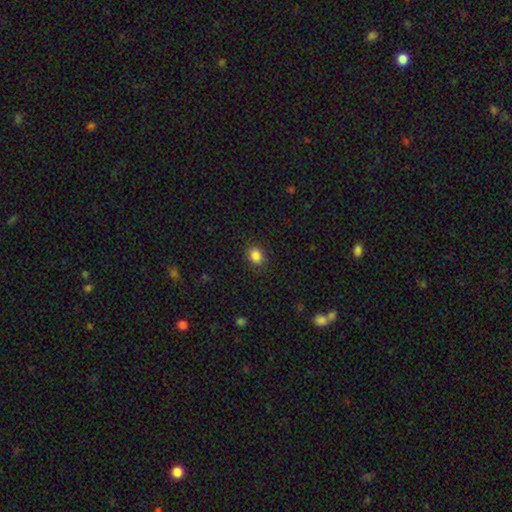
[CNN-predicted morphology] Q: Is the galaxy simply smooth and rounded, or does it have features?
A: smooth — 86%.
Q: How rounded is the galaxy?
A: round — 64%.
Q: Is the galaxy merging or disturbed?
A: none — 87%.